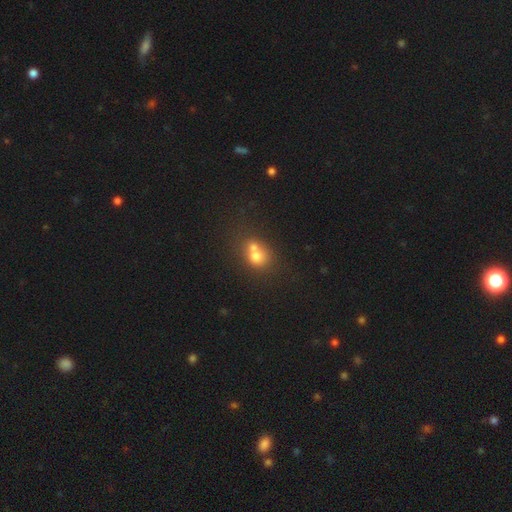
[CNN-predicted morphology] type=smooth (66%); roundness=round (68%); merging=merger (61%).